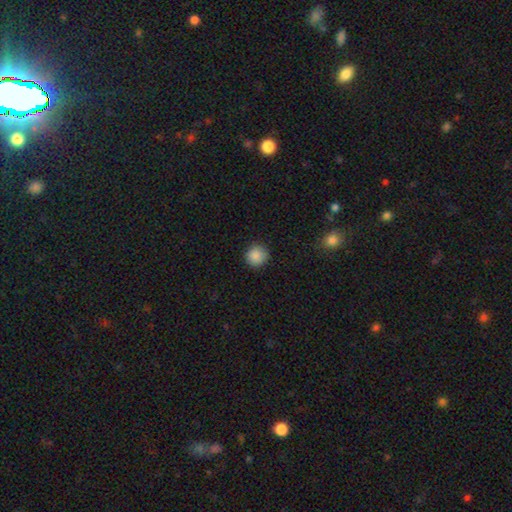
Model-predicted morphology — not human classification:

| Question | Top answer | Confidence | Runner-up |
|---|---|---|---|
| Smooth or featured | smooth | 88% | star or artifact (9%) |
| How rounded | round | 92% | in between (7%) |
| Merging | none | 89% | minor disturbance (8%) |